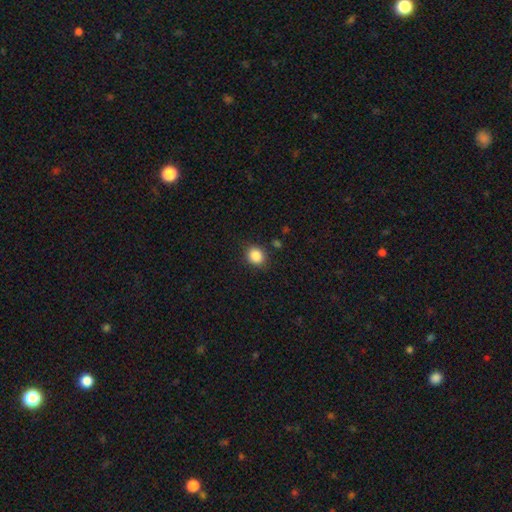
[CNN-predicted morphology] Smooth or featured? smooth (87%)
How rounded? round (70%)
Merging? none (82%)